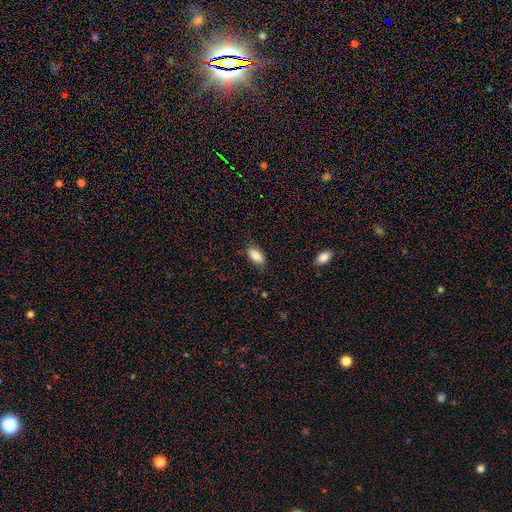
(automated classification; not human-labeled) smooth 86%, featured or disk 7%, star or artifact 7%. Down the decision tree: how rounded — in between (90%); merging — none (81%).